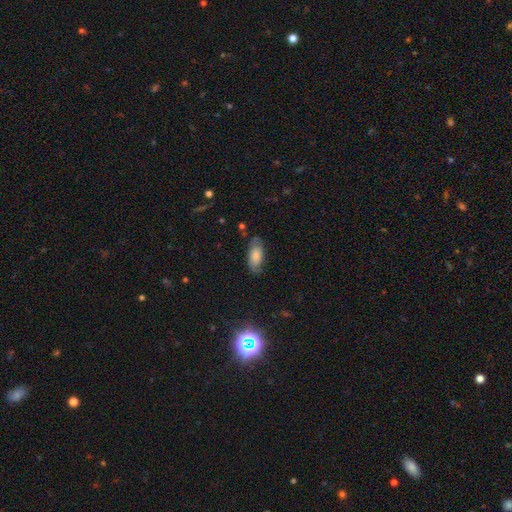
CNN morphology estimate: smooth 65%, featured or disk 27%, star or artifact 9%. Down the decision tree: how rounded — in between (89%); merging — none (67%).